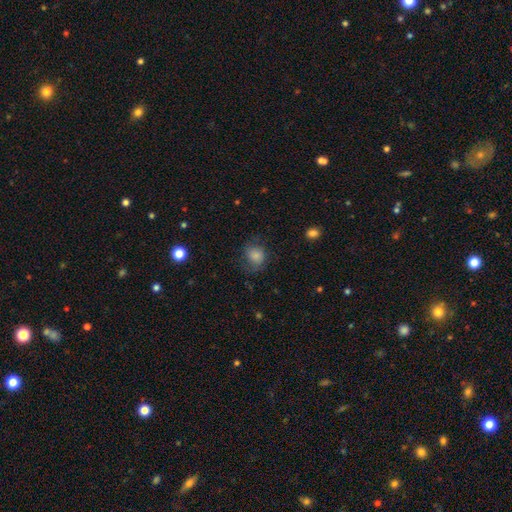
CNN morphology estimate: A smooth galaxy with no disk features (76%) that is round (70%).

Vote fractions:
- Smooth or featured? smooth: 76% / featured or disk: 15% / star or artifact: 10%
- How rounded? round: 70% / in between: 29% / cigar-shaped: 1%
- Merging? none: 60% / minor disturbance: 23% / major disturbance: 15% / merger: 1%